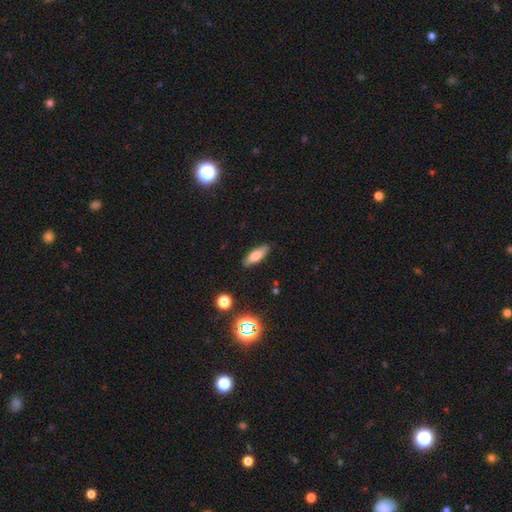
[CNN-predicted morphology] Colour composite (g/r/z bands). It shows a smooth galaxy with no disk features (73%) that is in between round and cigar-shaped (51%). Merging: none (86%).